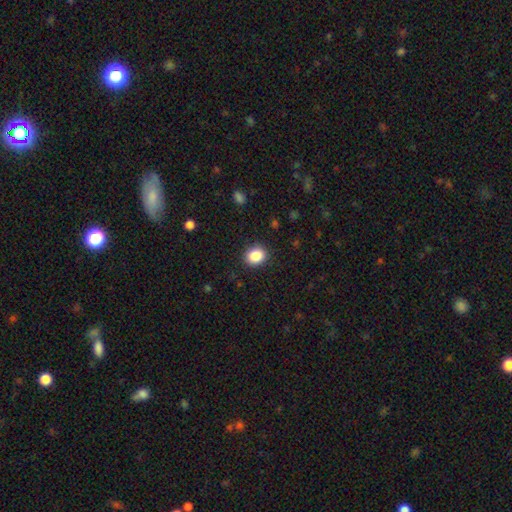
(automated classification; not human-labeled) smooth-or-featured: smooth: 87% | star or artifact: 9% | featured or disk: 4%
  how-rounded: round: 64% | in between: 36% | cigar-shaped: 1%
  merging: none: 89% | minor disturbance: 8% | major disturbance: 2% | merger: 1%